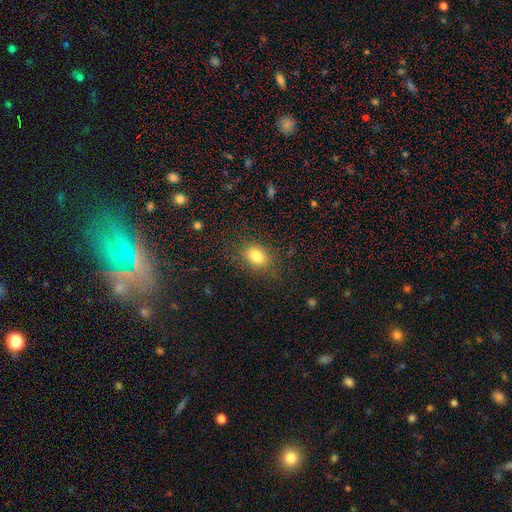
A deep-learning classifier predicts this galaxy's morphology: This is clearly a smooth galaxy (81%). How rounded: likely in between (69%). Merging: clearly none (80%).